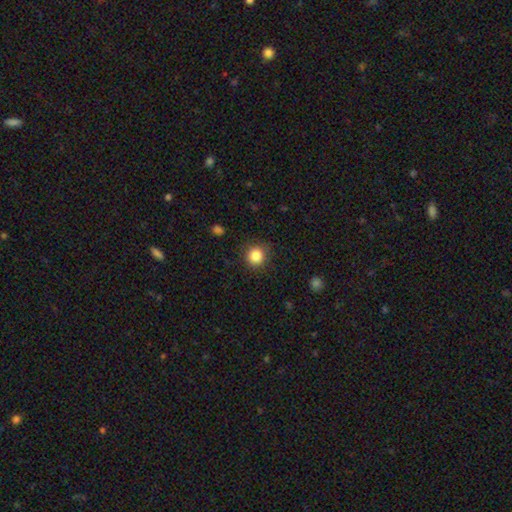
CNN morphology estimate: A smooth galaxy with no disk features (85%) that is round (91%). Merging: none (87%).